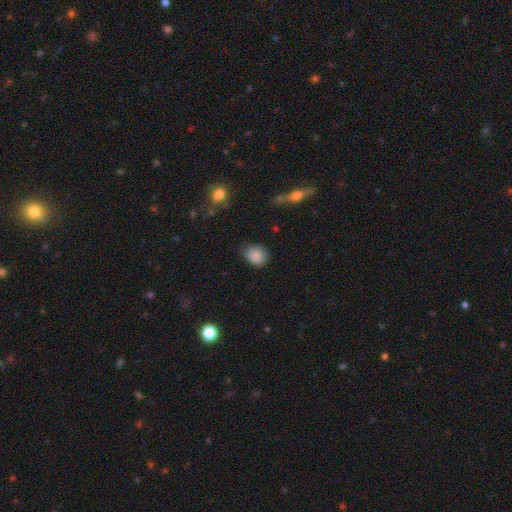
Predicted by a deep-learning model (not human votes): This appears to be a smooth galaxy with no disk features (86%) that is round (64%). Merging: none (78%).